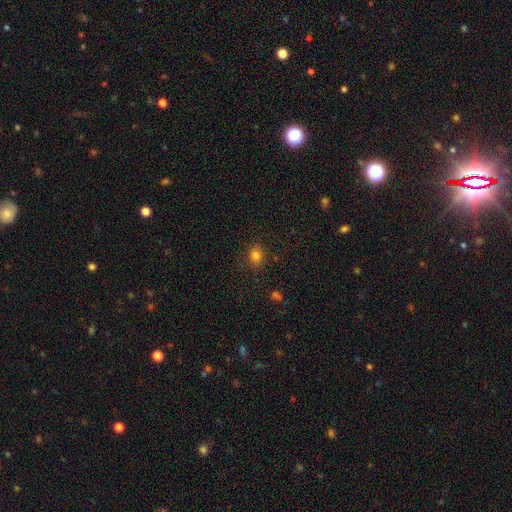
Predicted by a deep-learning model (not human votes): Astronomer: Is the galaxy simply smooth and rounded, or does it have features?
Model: smooth — 81%.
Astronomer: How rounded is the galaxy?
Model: round — 70%.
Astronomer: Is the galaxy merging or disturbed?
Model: none — 87%.